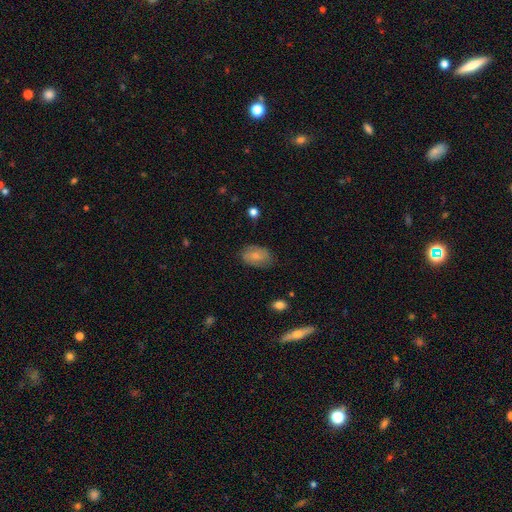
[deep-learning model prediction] This is likely a smooth galaxy (68%). How rounded: clearly in between (87%). Merging: likely none (75%).